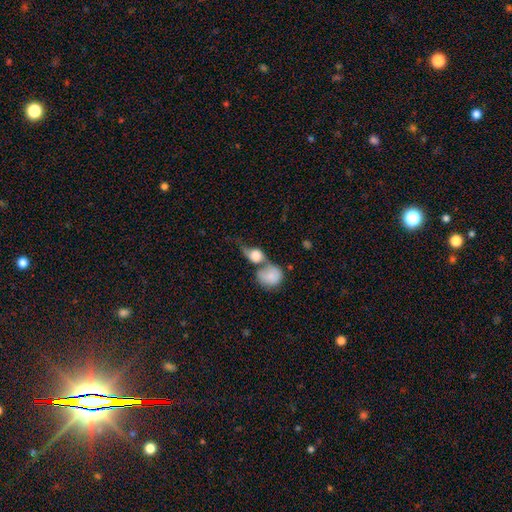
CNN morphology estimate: Smooth or featured?
  - smooth: 68% *
  - featured or disk: 24%
  - star or artifact: 8%
How rounded?
  - round: 62% *
  - in between: 35%
  - cigar-shaped: 3%
Merging?
  - merger: 61% *
  - none: 16%
  - major disturbance: 13%
  - minor disturbance: 9%